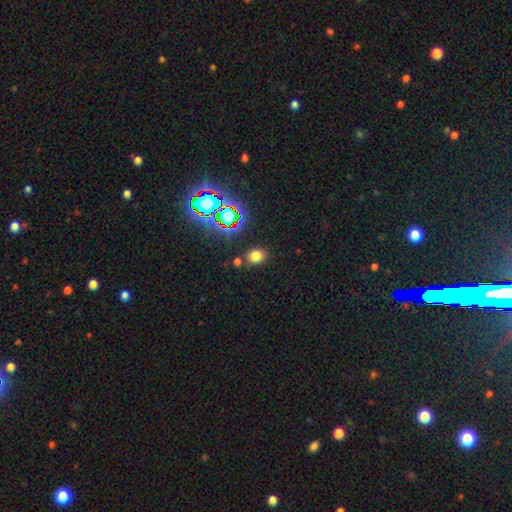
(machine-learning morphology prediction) Smooth or featured: smooth — 71% (star or artifact — 23%)
How rounded: round — 59% (in between — 40%)
Merging: none — 80% (minor disturbance — 10%)